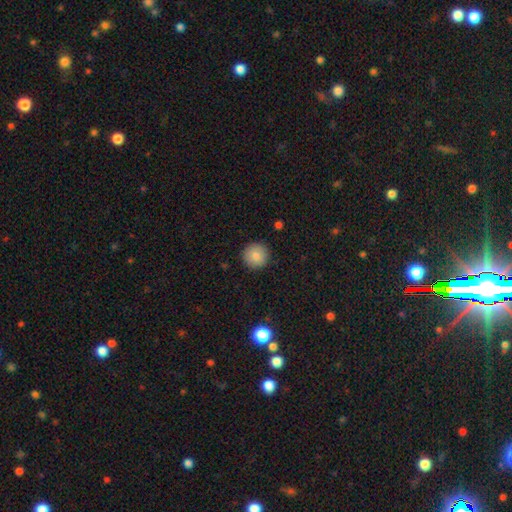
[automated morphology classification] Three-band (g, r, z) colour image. It shows a smooth galaxy with no disk features (85%) that is round (96%). Merging: none (91%).